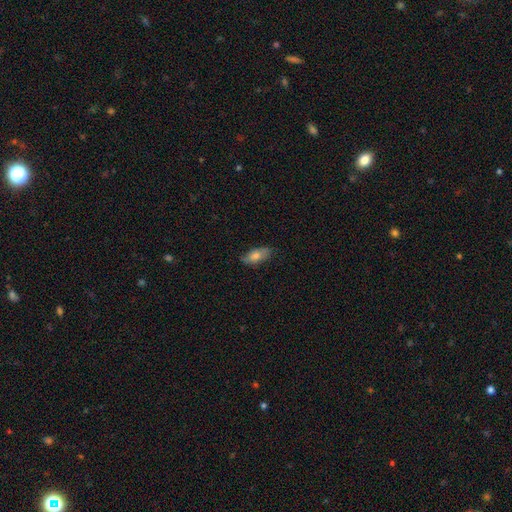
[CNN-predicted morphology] smooth_or_featured: smooth (p=0.69) [alt: featured or disk p=0.23]
how_rounded: in between (p=0.84) [alt: cigar-shaped p=0.13]
merging: none (p=0.78) [alt: minor disturbance p=0.18]